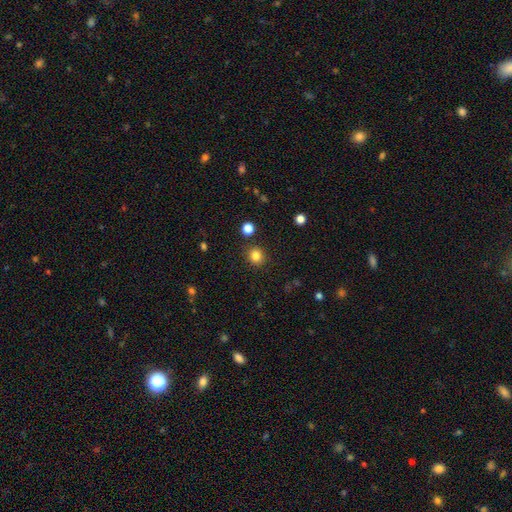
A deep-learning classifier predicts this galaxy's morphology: A smooth galaxy with no disk features (83%) that is round (88%).

Vote fractions:
- Smooth or featured? smooth: 83% / star or artifact: 12% / featured or disk: 5%
- How rounded? round: 88% / in between: 11% / cigar-shaped: 1%
- Merging? none: 89% / minor disturbance: 6% / merger: 3% / major disturbance: 2%